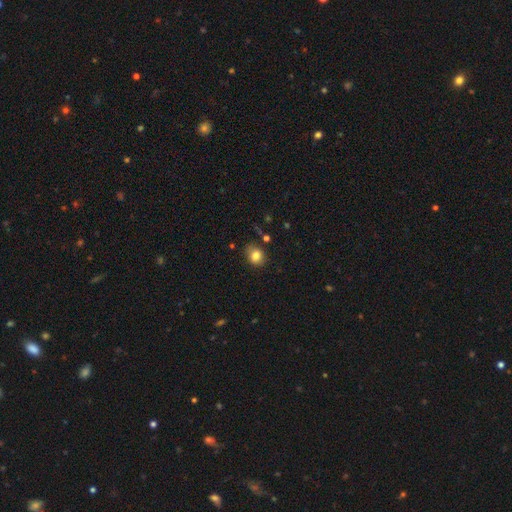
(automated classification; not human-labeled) This appears to be a smooth galaxy with no disk features (81%) that is round (58%). Merging: none (74%).